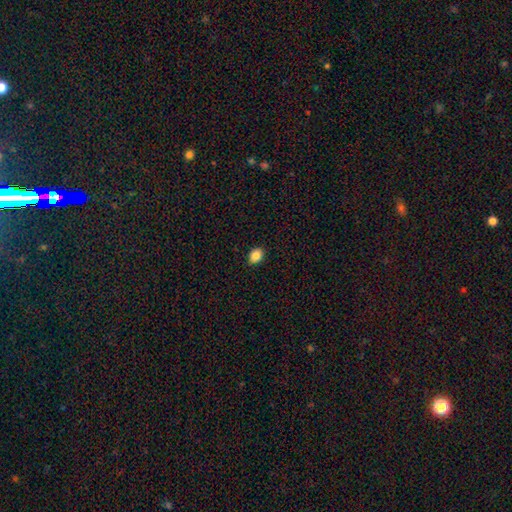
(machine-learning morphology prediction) A smooth galaxy with no disk features (85%) that is in between round and cigar-shaped (65%).

Vote fractions:
- Smooth or featured? smooth: 85% / star or artifact: 9% / featured or disk: 5%
- How rounded? in between: 65% / round: 34% / cigar-shaped: 1%
- Merging? none: 89% / minor disturbance: 8% / major disturbance: 2% / merger: 1%